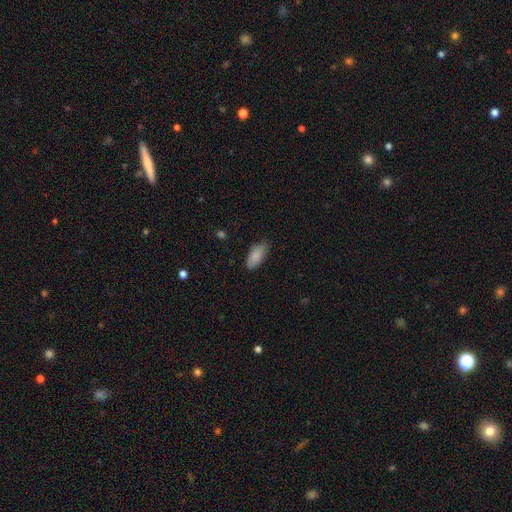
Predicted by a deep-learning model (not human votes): The model was most divided on "merging": none: 75%, minor disturbance: 20%, major disturbance: 3%, merger: 1%. More confident: how rounded — in between (88%); smooth or featured — smooth (87%).